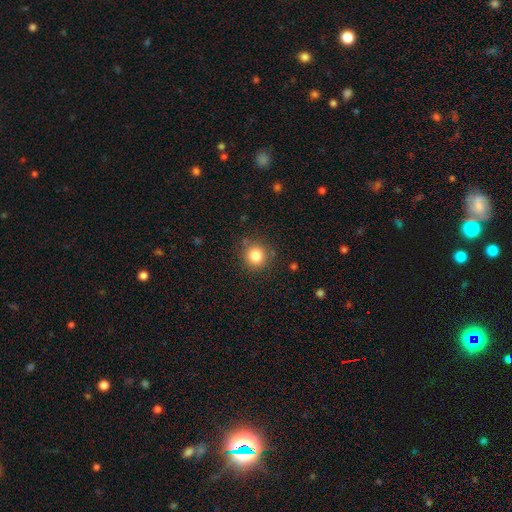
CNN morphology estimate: The model was most divided on "smooth or featured": smooth: 83%, star or artifact: 12%, featured or disk: 6%. More confident: how rounded — round (92%); merging — none (85%).